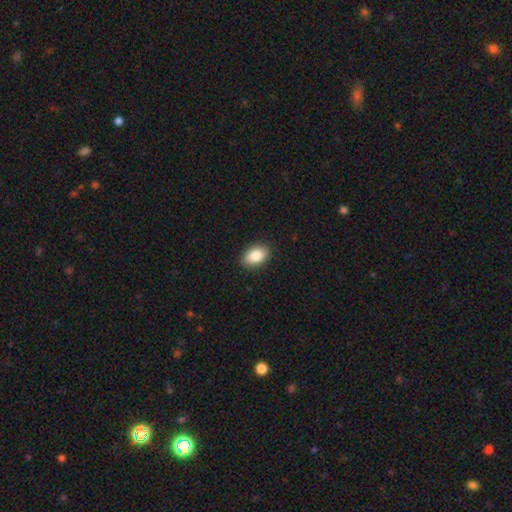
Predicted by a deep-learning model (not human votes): This appears to be a smooth galaxy with no disk features (87%) that is in between round and cigar-shaped (88%). Merging: none (89%).